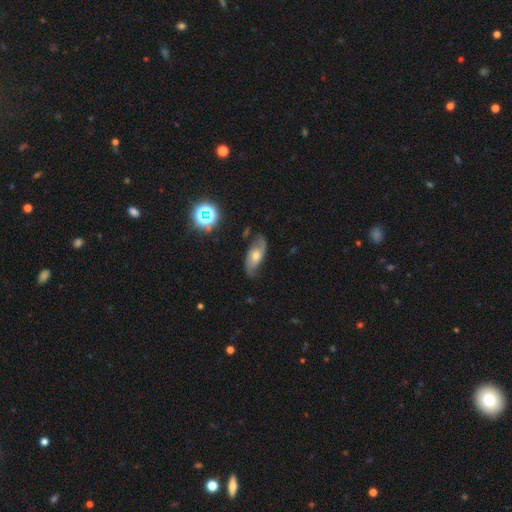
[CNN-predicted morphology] type=featured or disk (56%); edge-on=no (86%); merging=none (66%).